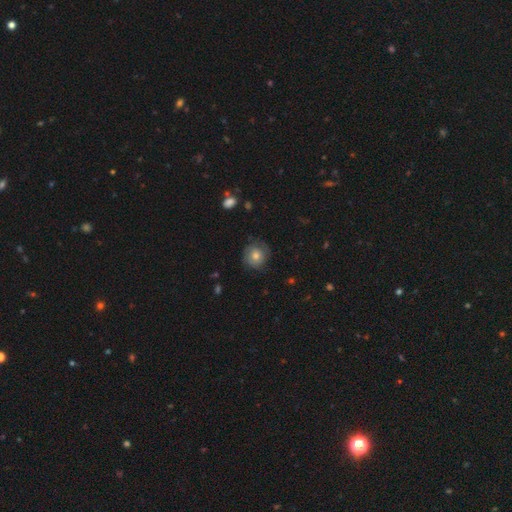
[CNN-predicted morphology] Smooth or featured? Predicted: smooth (p=0.54). How rounded? Predicted: round (p=0.90). Merging? Predicted: none (p=0.76).